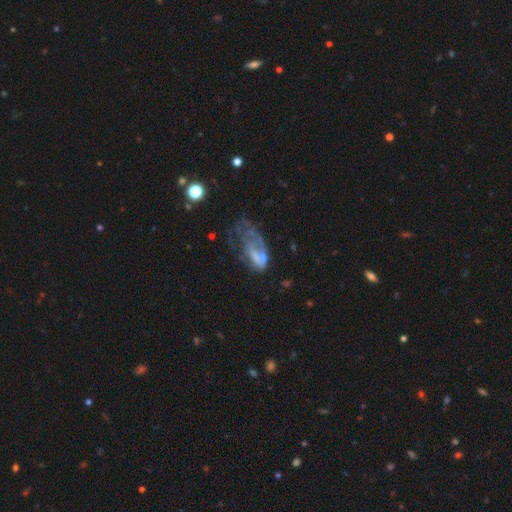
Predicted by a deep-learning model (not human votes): smooth_or_featured: featured or disk (p=0.49) [alt: smooth p=0.39]
merging: major disturbance (p=0.52) [alt: minor disturbance p=0.21]